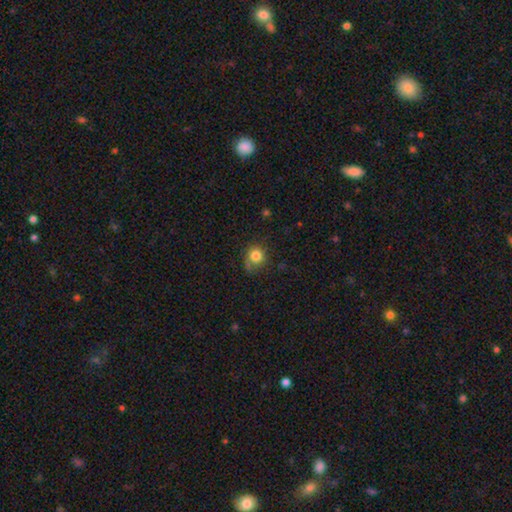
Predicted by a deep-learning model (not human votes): Morphology: type=smooth (82%); roundness=round (86%); merging=none (69%).